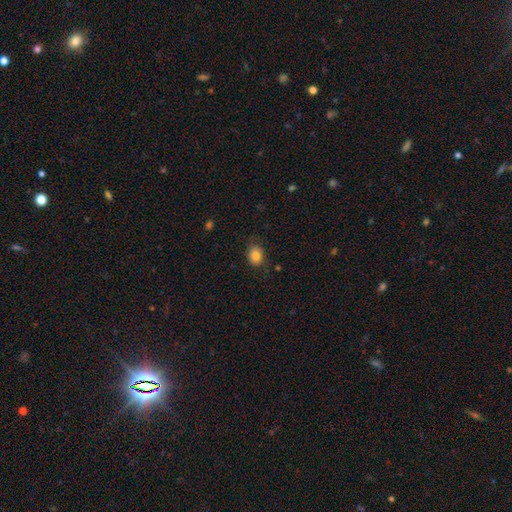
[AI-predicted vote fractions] Smooth or featured: smooth — 83% (star or artifact — 10%)
How rounded: round — 53% (in between — 47%)
Merging: none — 78% (minor disturbance — 17%)